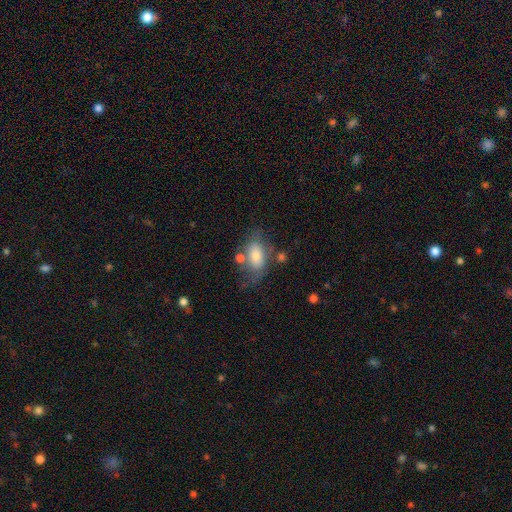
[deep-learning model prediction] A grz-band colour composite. It shows a smooth galaxy with no disk features (66%) that is in between round and cigar-shaped (87%). Merging: none (49%).